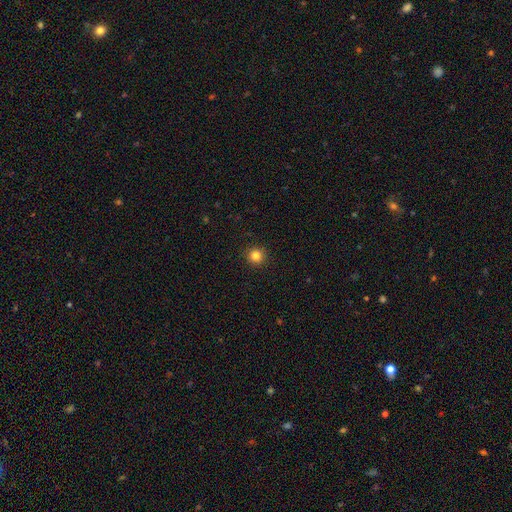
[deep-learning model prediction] Smooth or featured? smooth (83%)
How rounded? round (96%)
Merging? none (93%)